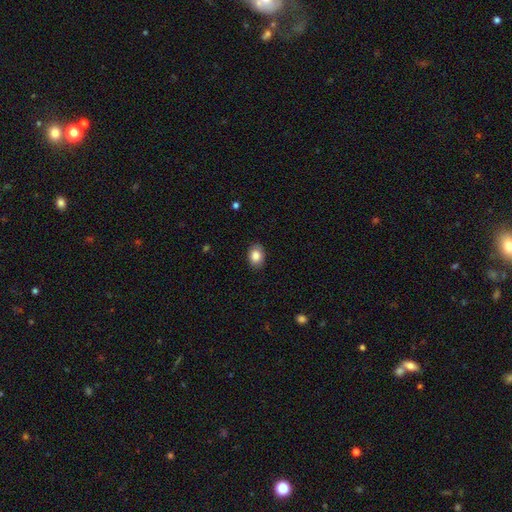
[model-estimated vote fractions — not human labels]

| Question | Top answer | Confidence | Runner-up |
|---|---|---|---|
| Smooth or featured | smooth | 86% | star or artifact (8%) |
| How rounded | in between | 71% | round (28%) |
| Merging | none | 87% | minor disturbance (10%) |